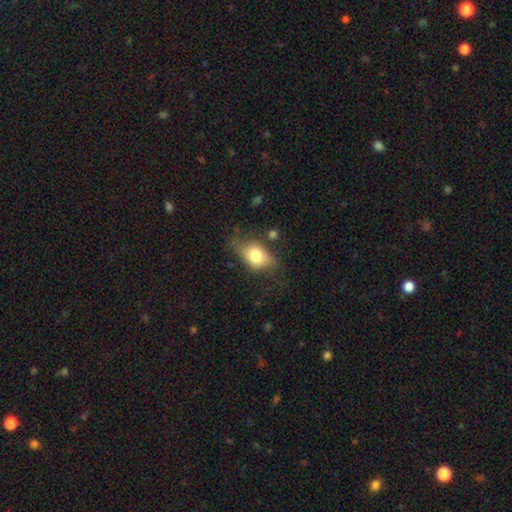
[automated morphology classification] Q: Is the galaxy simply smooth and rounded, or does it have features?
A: smooth — 72%.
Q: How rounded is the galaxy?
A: in between — 71%.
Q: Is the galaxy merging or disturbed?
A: none — 54%.